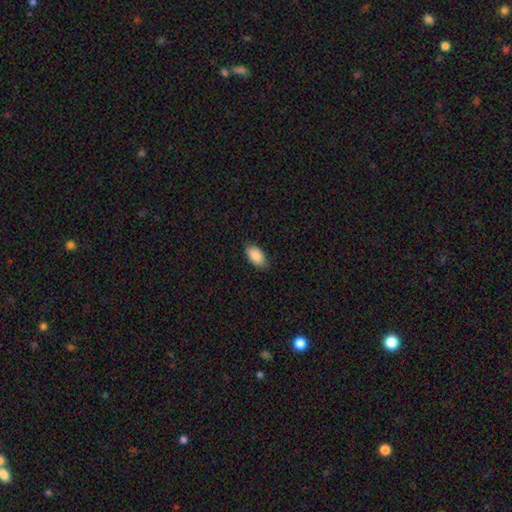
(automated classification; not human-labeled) Overall: smooth (89%). How rounded: in between (94%). Merging: none (86%).